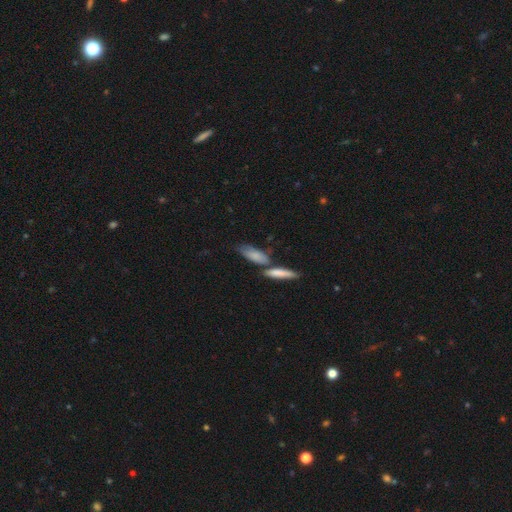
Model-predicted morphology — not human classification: This appears to be a smooth galaxy with no disk features (77%) that is in between round and cigar-shaped (57%). Merging: none (50%).